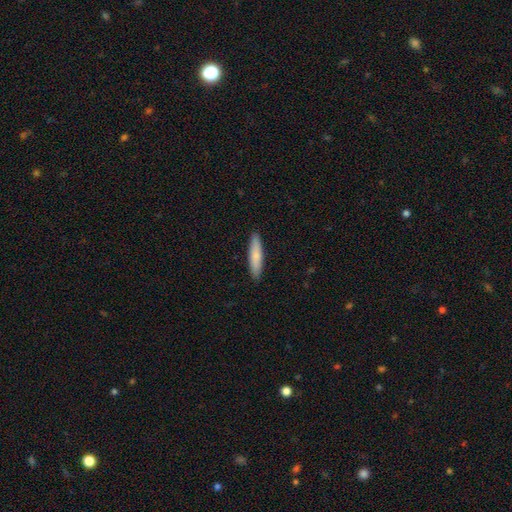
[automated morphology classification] The model was most divided on "how rounded": cigar-shaped: 82%, in between: 17%, round: 1%. More confident: merging — none (91%); smooth or featured — smooth (80%).